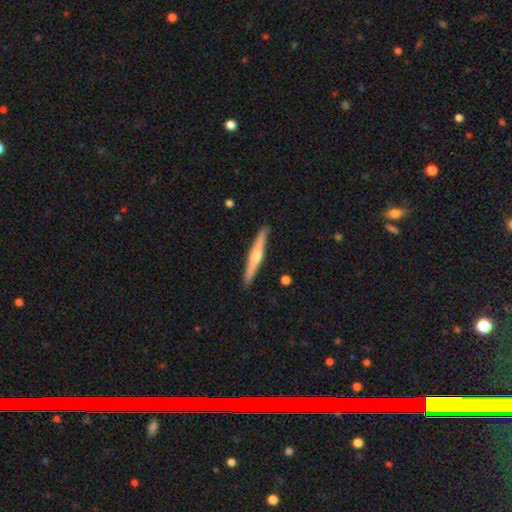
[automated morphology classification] smooth_or_featured: featured or disk (p=0.58) [alt: smooth p=0.37]
disk_edge_on: yes (p=0.97) [alt: no p=0.03]
edge_on_bulge: rounded (p=0.83) [alt: none p=0.11]
merging: none (p=0.90) [alt: minor disturbance p=0.08]